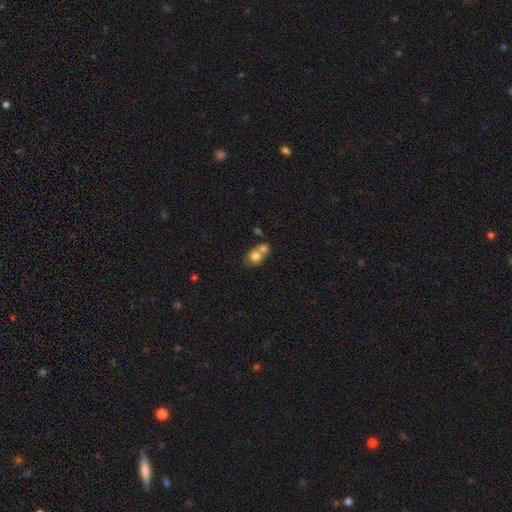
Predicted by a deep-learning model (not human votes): Smooth or featured? smooth (77%)
How rounded? round (71%)
Merging? merger (56%)